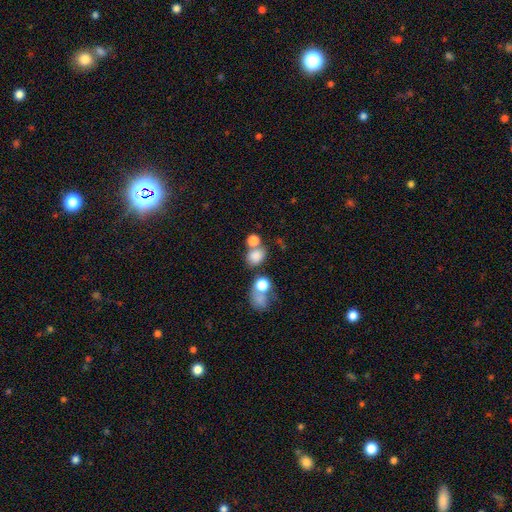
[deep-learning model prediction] Q: Smooth or featured?
A: smooth (80%); runner-up: star or artifact (12%)
Q: How rounded?
A: round (54%); runner-up: in between (45%)
Q: Merging?
A: none (49%); runner-up: merger (32%)